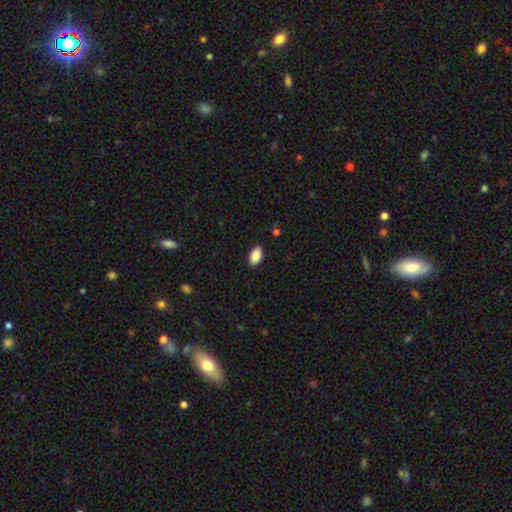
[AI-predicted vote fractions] Smooth or featured? smooth (88%)
How rounded? in between (93%)
Merging? none (89%)